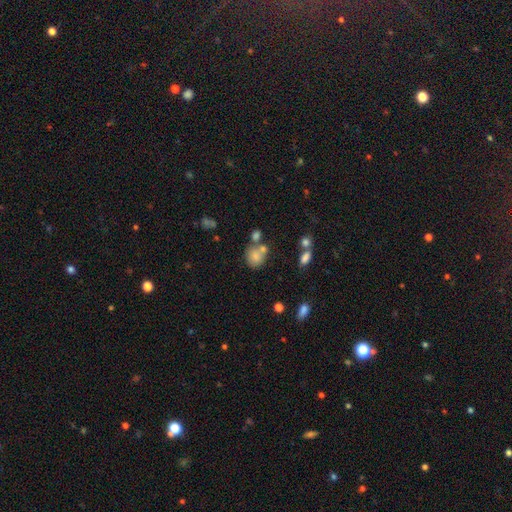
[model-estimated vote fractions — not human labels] Morphology: type=smooth (77%); roundness=round (74%); merging=none (50%).